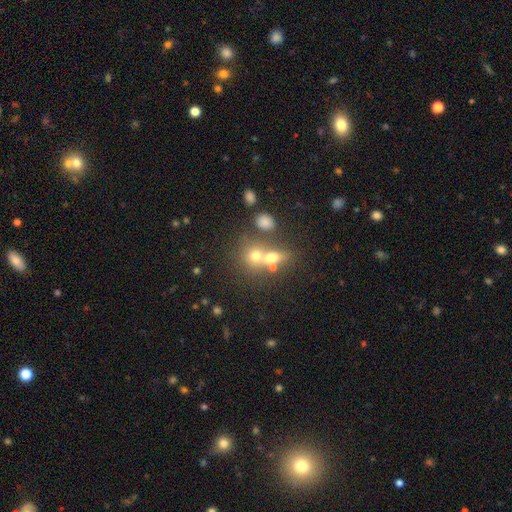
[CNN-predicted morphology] smooth-or-featured: smooth: 66% | featured or disk: 18% | star or artifact: 16%
  how-rounded: round: 70% | in between: 28% | cigar-shaped: 2%
  merging: merger: 52% | none: 35% | minor disturbance: 8% | major disturbance: 5%